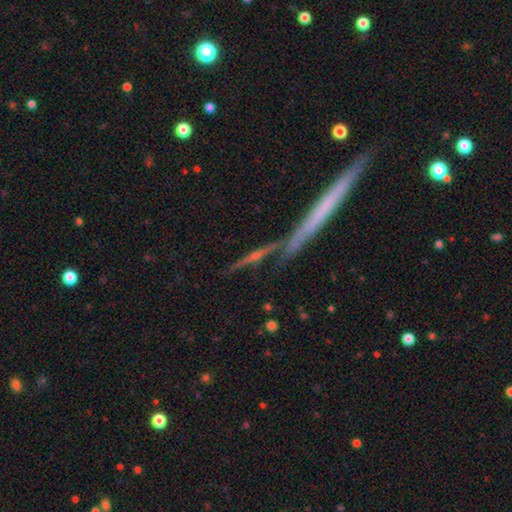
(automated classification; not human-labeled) A featured or disk galaxy (60%) viewed edge-on (87%) with no central bulge (51%). Merging: none (66%).